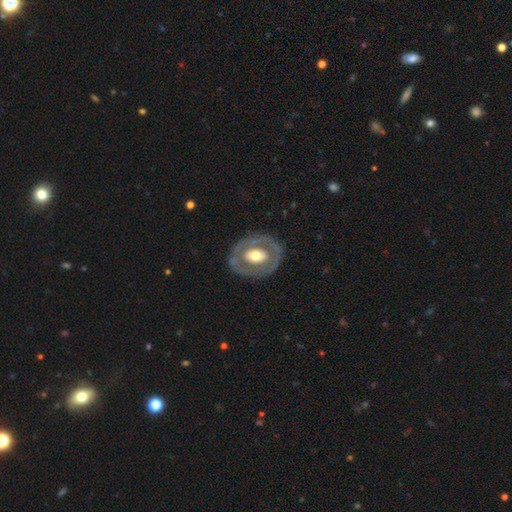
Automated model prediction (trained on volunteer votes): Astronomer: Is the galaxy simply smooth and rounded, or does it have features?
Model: featured or disk — 60%.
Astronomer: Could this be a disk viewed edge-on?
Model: no — 94%.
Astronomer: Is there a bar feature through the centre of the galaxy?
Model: no — 73%.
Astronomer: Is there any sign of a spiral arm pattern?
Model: no — 84%.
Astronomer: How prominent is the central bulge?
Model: moderate — 57%.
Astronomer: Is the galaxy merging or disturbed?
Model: none — 77%.